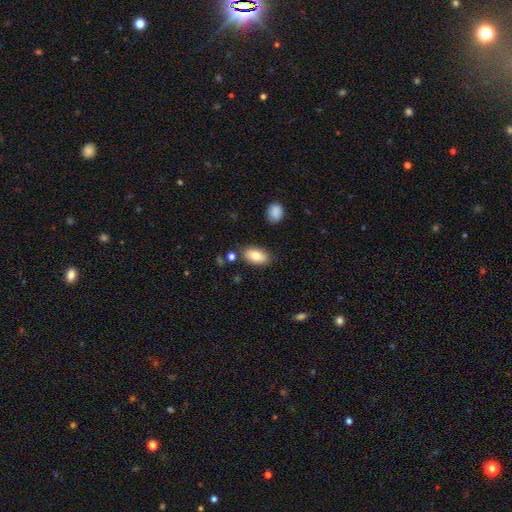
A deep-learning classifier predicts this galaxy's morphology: Overall: smooth (82%). How rounded: in between (93%). Merging: none (80%).